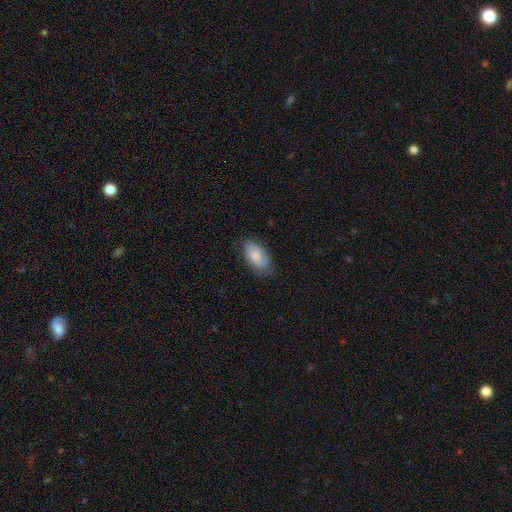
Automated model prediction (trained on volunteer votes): smooth_or_featured: smooth (p=0.68) [alt: featured or disk p=0.25]
how_rounded: in between (p=0.93) [alt: round p=0.04]
merging: none (p=0.67) [alt: minor disturbance p=0.25]